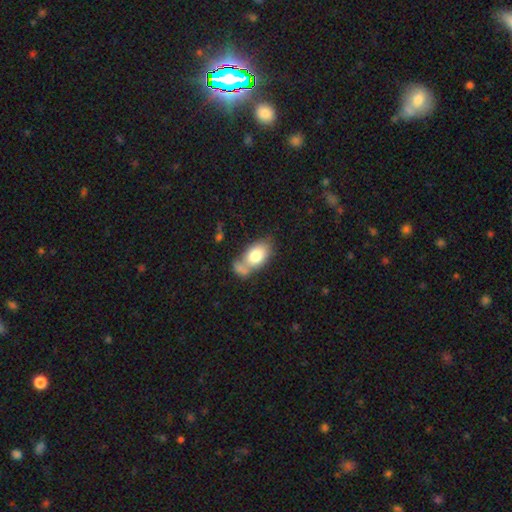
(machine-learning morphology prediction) smooth 77%, featured or disk 16%, star or artifact 7%. Down the decision tree: how rounded — in between (87%); merging — none (39%).